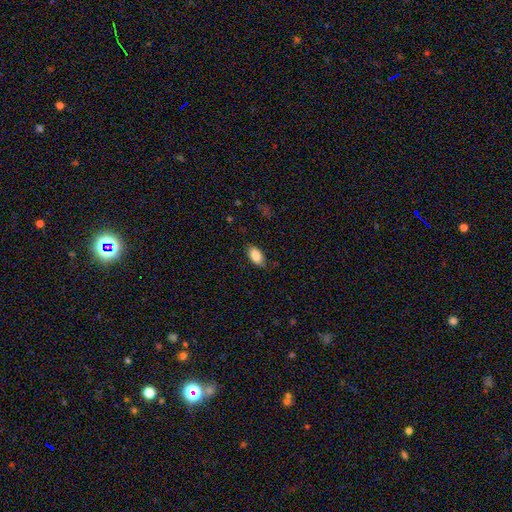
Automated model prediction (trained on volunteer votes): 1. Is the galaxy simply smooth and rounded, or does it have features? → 88% smooth, 7% star or artifact, 5% featured or disk.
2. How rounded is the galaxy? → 93% in between, 4% round, 3% cigar-shaped.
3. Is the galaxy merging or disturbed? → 81% none, 15% minor disturbance, 3% major disturbance, 1% merger.